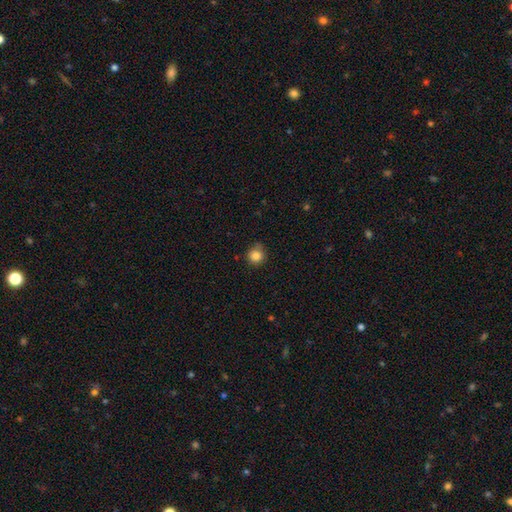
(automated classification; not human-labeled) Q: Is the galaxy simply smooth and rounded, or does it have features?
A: smooth — 84%.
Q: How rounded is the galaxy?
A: round — 92%.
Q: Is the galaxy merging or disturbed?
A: none — 75%.